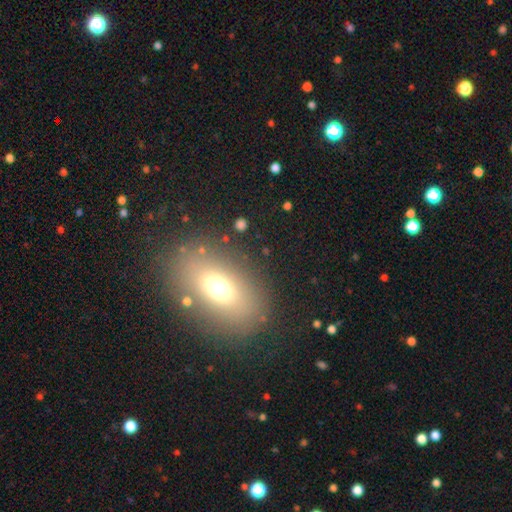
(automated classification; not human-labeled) smooth-or-featured: smooth: 64% | featured or disk: 19% | star or artifact: 16%
  how-rounded: in between: 83% | round: 13% | cigar-shaped: 3%
  merging: none: 82% | minor disturbance: 11% | major disturbance: 5% | merger: 3%